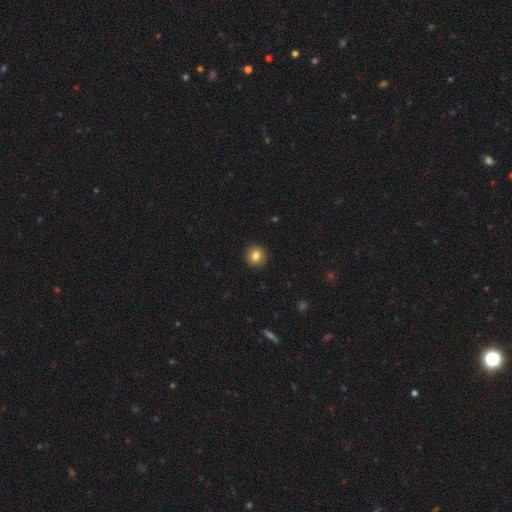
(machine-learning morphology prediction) smooth-or-featured: smooth: 82% | star or artifact: 9% | featured or disk: 9%
  how-rounded: round: 92% | in between: 7% | cigar-shaped: 1%
  merging: none: 92% | minor disturbance: 5% | major disturbance: 2% | merger: 1%